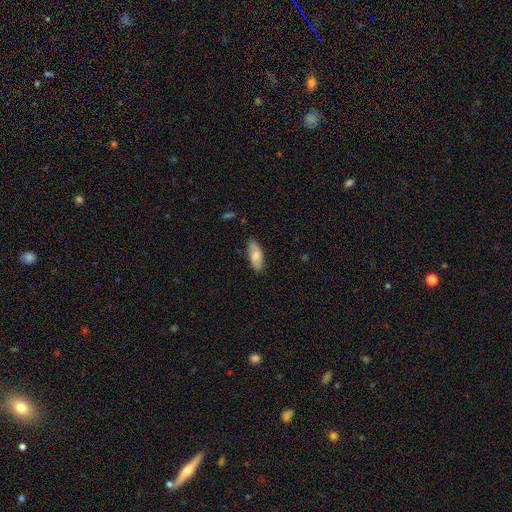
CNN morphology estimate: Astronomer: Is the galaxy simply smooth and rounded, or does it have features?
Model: smooth — 79%.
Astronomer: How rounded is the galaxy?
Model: in between — 80%.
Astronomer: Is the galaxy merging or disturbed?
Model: none — 82%.